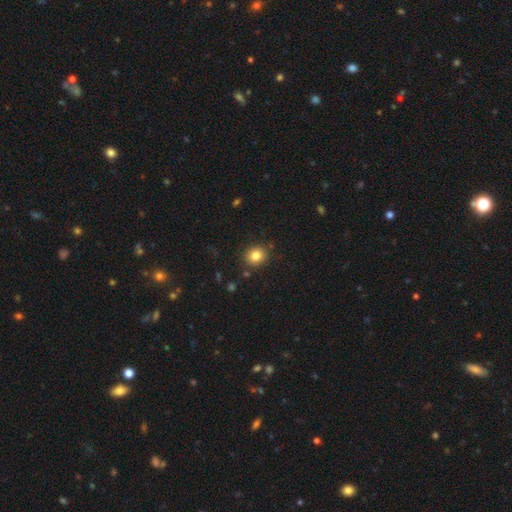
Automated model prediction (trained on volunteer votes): This appears to be a smooth galaxy with no disk features (82%) that is round (80%). Merging: none (87%).